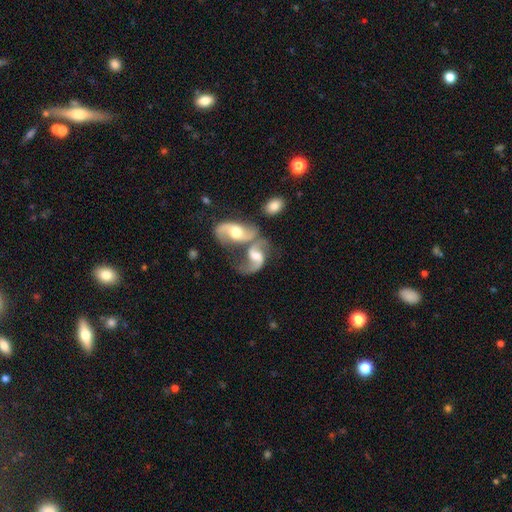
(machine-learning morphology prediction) This appears to be a featured or disk galaxy (84%) with a weak bar (47%), 2 (89%) loose (62%) spiral arms (95%) and a moderate central bulge (60%). Merging: merger (58%).